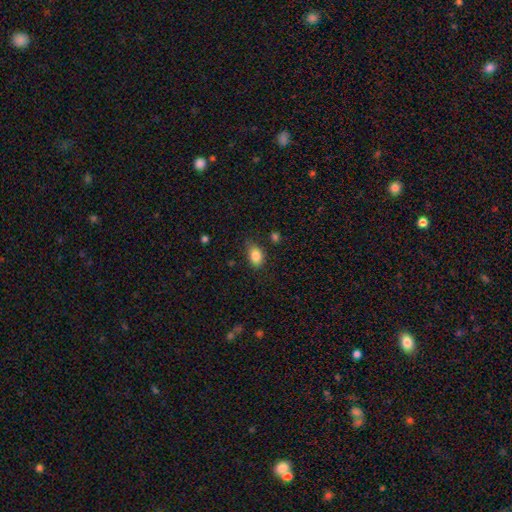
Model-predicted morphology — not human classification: Overall: smooth (86%). How rounded: in between (81%). Merging: none (74%).